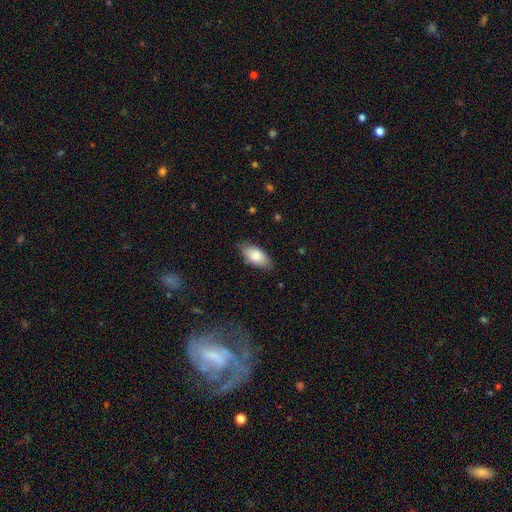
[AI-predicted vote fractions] The model was most divided on "merging": none: 79%, minor disturbance: 17%, major disturbance: 3%, merger: 1%. More confident: how rounded — in between (90%); smooth or featured — smooth (81%).